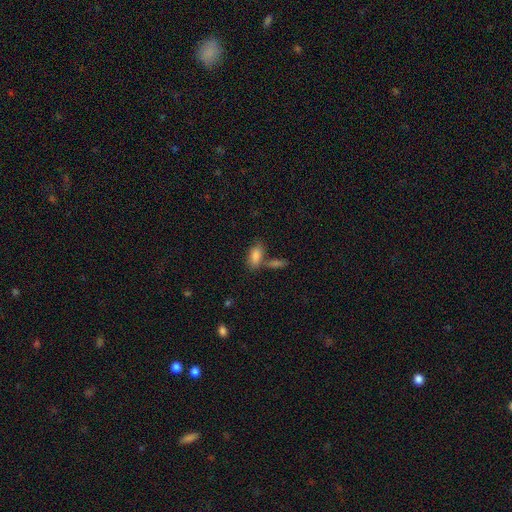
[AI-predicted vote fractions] A smooth galaxy with no disk features (84%) that is in between round and cigar-shaped (87%). Merging: none (51%).